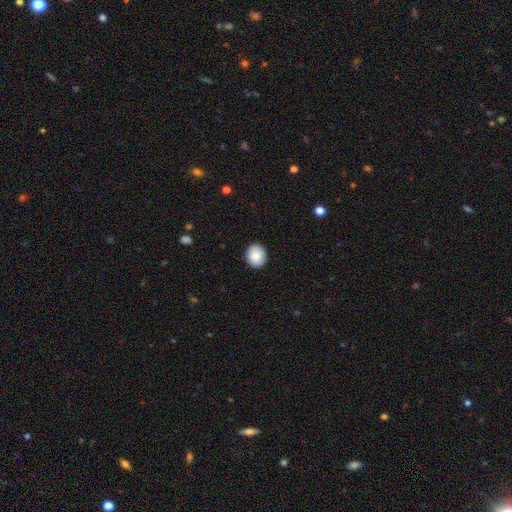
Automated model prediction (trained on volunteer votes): This appears to be a smooth galaxy with no disk features (84%) that is round (70%). Merging: none (90%).